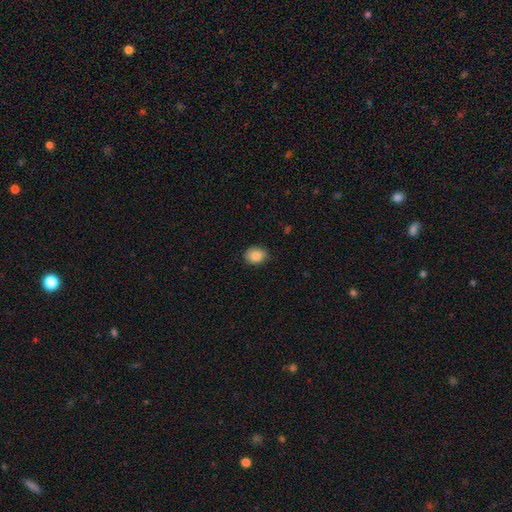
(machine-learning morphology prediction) This is clearly a smooth galaxy (85%). How rounded: possibly in between (53%). Merging: likely none (79%).